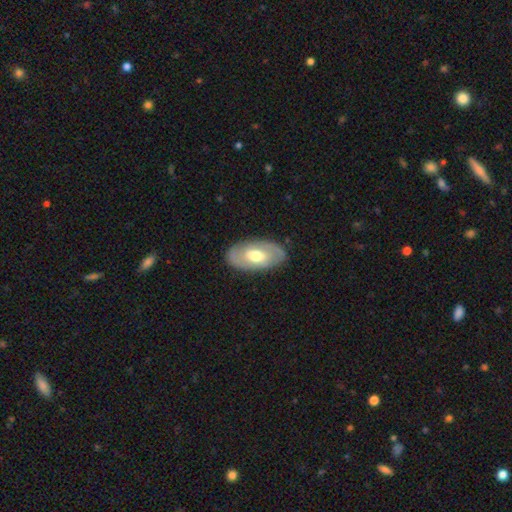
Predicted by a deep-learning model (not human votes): Smooth or featured? featured or disk (57%)
Edge-on disk? no (90%)
Bar? no (55%)
Spiral arms? no (52%)
Bulge size? moderate (70%)
Merging? none (86%)